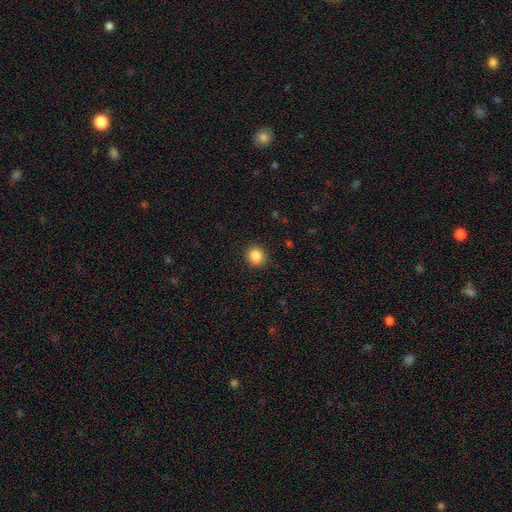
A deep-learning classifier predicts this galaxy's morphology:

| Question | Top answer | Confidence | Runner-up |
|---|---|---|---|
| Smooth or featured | smooth | 87% | star or artifact (10%) |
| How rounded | round | 83% | in between (16%) |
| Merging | none | 89% | minor disturbance (7%) |